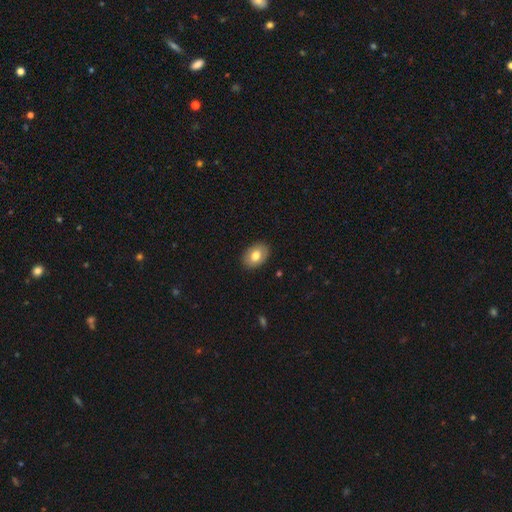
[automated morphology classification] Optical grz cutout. It shows a smooth galaxy with no disk features (75%) that is in between round and cigar-shaped (78%). Merging: none (88%).